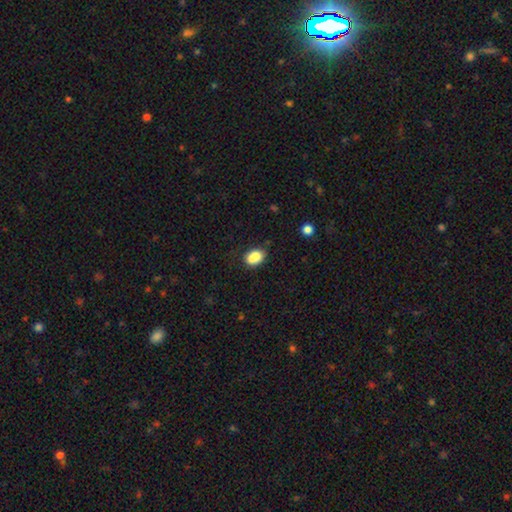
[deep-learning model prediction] smooth_or_featured: smooth (p=0.81) [alt: featured or disk p=0.10]
how_rounded: in between (p=0.75) [alt: round p=0.24]
merging: none (p=0.55) [alt: merger p=0.21]